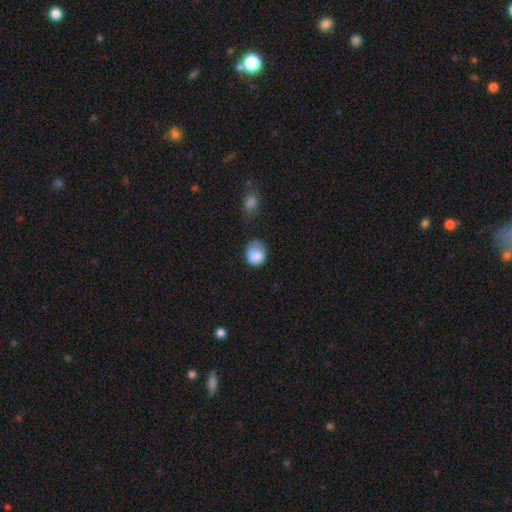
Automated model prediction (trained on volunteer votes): Smooth or featured? smooth (85%)
How rounded? round (73%)
Merging? none (46%)